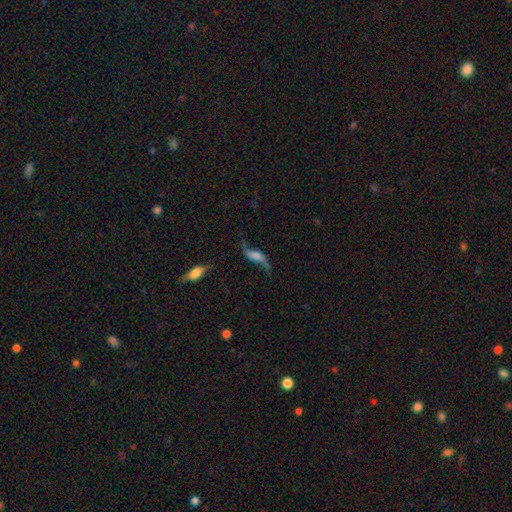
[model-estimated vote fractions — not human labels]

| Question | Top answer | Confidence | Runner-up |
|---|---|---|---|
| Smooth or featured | featured or disk | 78% | smooth (14%) |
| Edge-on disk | no | 87% | yes (13%) |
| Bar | no | 47% | weak (35%) |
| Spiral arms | yes | 94% | no (6%) |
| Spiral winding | loose | 93% | medium (5%) |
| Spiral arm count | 2 | 92% | 1 (3%) |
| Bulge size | none | 42% | small (22%) |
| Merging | none | 68% | minor disturbance (17%) |